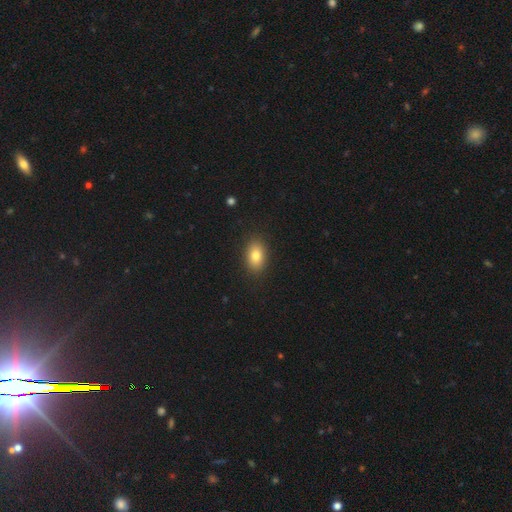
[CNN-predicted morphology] The model was most divided on "how rounded": in between: 85%, round: 14%, cigar-shaped: 2%. More confident: merging — none (88%); smooth or featured — smooth (81%).